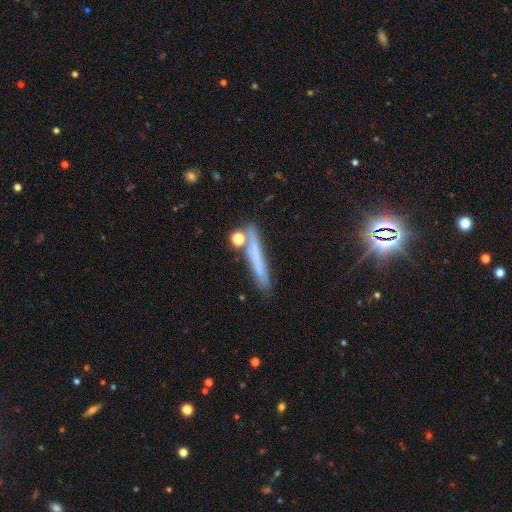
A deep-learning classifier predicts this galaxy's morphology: Smooth or featured? smooth (57%)
How rounded? cigar-shaped (93%)
Merging? none (75%)